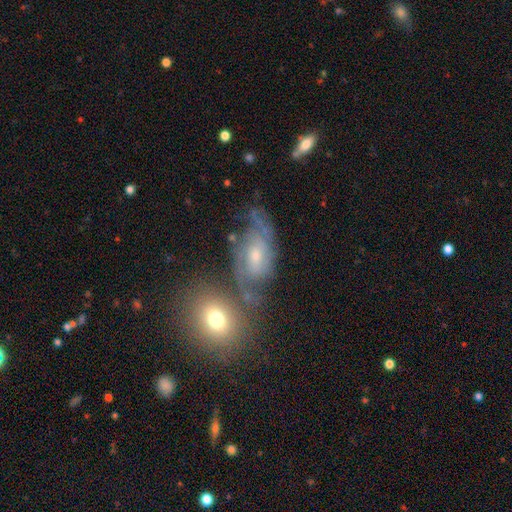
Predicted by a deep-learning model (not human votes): Smooth or featured? Predicted: featured or disk (p=0.75). Edge-on disk? Predicted: no (p=0.95). Bar? Predicted: no (p=0.50). Spiral arms? Predicted: yes (p=0.92). Spiral winding? Predicted: medium (p=0.44). Spiral arm count? Predicted: 2 (p=0.51). Bulge size? Predicted: small (p=0.54). Merging? Predicted: none (p=0.52).